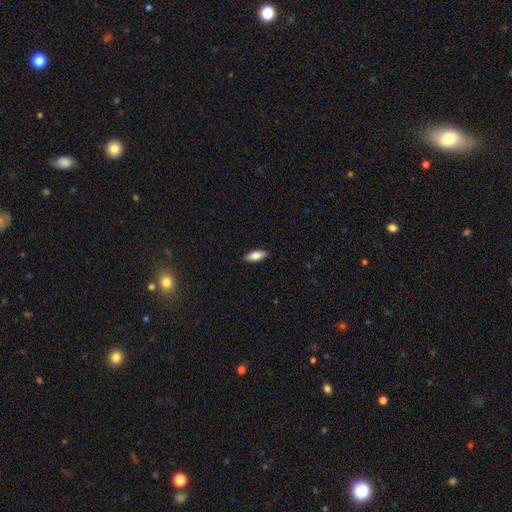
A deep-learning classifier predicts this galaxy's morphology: Smooth or featured?
  - smooth: 81% *
  - featured or disk: 13%
  - star or artifact: 6%
How rounded?
  - in between: 78% *
  - cigar-shaped: 20%
  - round: 2%
Merging?
  - none: 90% *
  - minor disturbance: 8%
  - major disturbance: 2%
  - merger: 1%